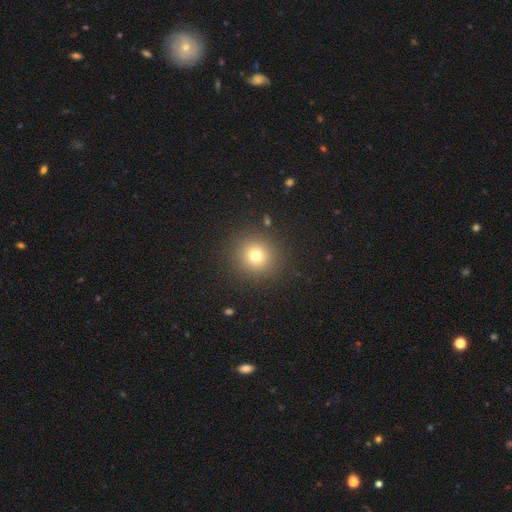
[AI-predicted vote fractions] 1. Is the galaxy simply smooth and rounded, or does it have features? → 75% smooth, 16% star or artifact, 9% featured or disk.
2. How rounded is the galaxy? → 92% round, 7% in between, 1% cigar-shaped.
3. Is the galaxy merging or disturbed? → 89% none, 6% minor disturbance, 3% major disturbance, 2% merger.